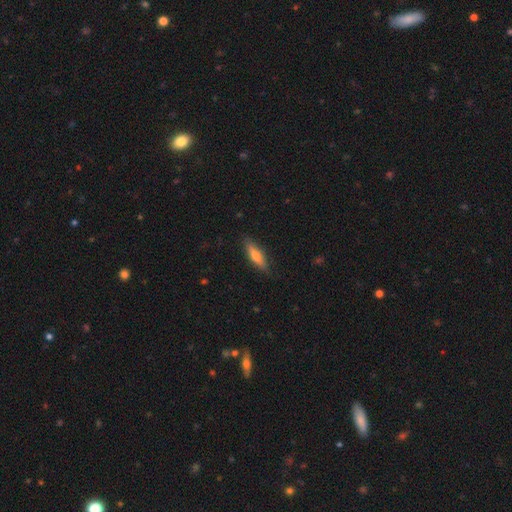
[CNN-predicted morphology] A smooth galaxy with no disk features (62%) that is cigar-shaped (67%). Merging: none (85%).